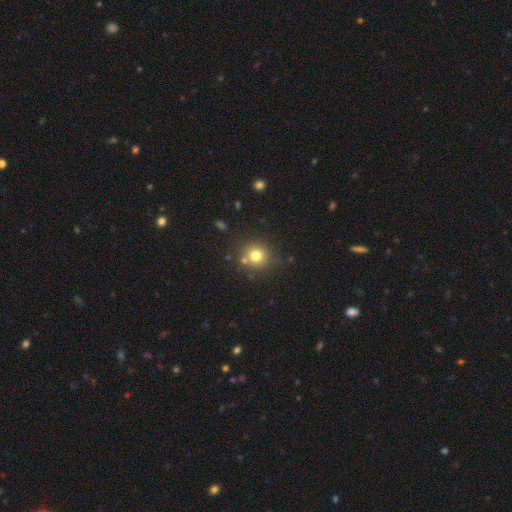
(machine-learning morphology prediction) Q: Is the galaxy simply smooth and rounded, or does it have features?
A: smooth — 77%.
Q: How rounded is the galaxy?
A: round — 91%.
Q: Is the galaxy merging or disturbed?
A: none — 79%.